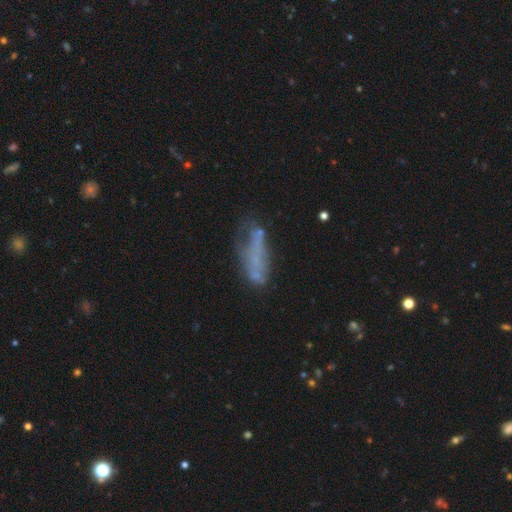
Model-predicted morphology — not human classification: The model was most divided on "smooth or featured" (2-way tie): smooth: 42%, featured or disk: 42%, star or artifact: 16%. Remaining: merging — none (43%).